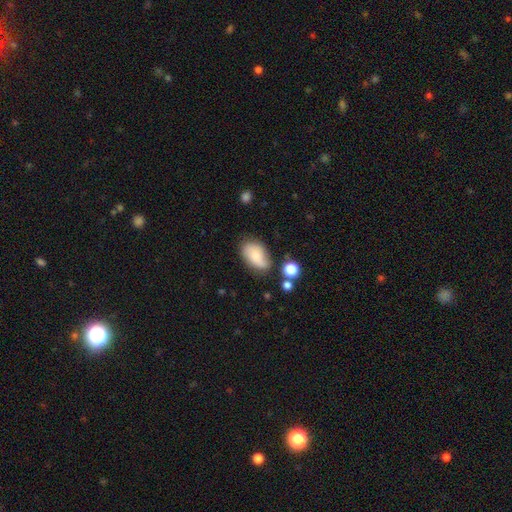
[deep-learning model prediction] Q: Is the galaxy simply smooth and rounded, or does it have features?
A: smooth — 71%.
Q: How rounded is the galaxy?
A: in between — 90%.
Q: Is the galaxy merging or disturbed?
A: none — 59%.